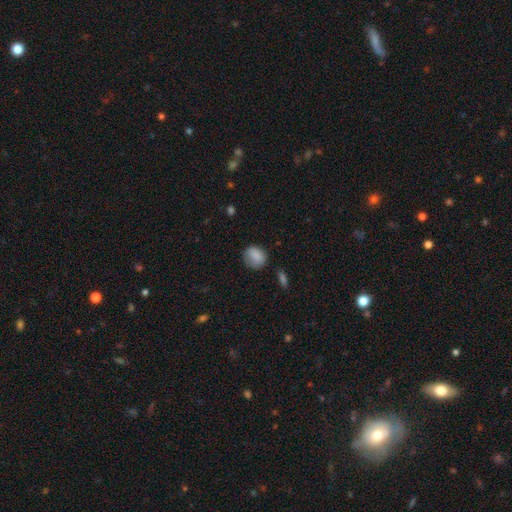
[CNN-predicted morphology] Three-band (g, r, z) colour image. It shows a smooth galaxy with no disk features (85%) that is round (64%). Merging: none (67%).